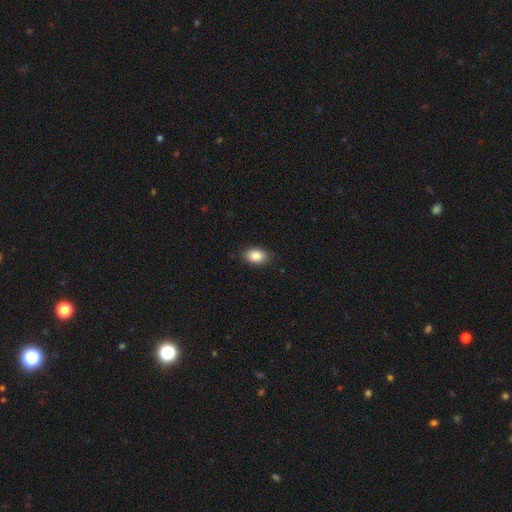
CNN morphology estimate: The model was most divided on "how rounded": in between: 87%, round: 12%, cigar-shaped: 1%. More confident: merging — none (87%); smooth or featured — smooth (86%).